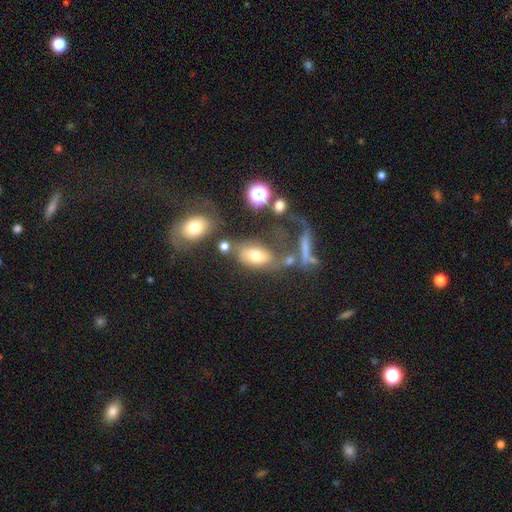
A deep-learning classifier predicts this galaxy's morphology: A smooth galaxy with no disk features (64%) that is in between round and cigar-shaped (86%).

Vote fractions:
- Smooth or featured? smooth: 64% / featured or disk: 23% / star or artifact: 14%
- How rounded? in between: 86% / round: 10% / cigar-shaped: 5%
- Merging? none: 42% / merger: 25% / minor disturbance: 17% / major disturbance: 16%